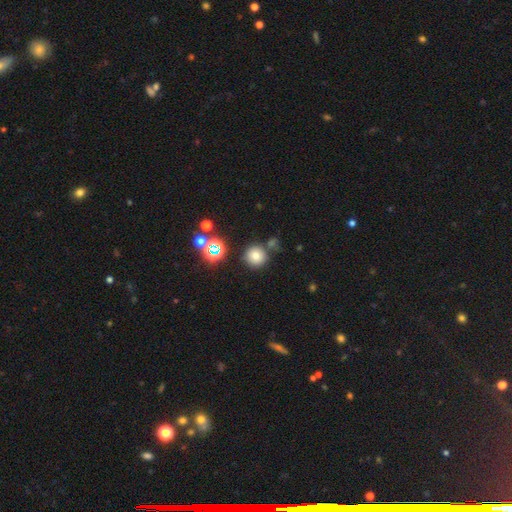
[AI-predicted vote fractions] smooth_or_featured: smooth (p=0.72) [alt: star or artifact p=0.18]
how_rounded: round (p=0.94) [alt: in between p=0.05]
merging: none (p=0.78) [alt: minor disturbance p=0.10]